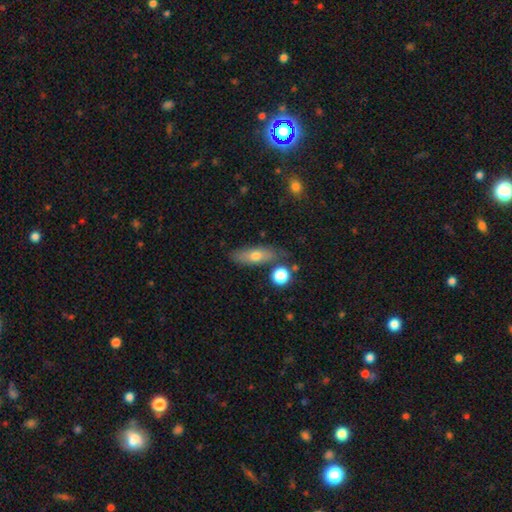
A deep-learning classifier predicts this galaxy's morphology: This appears to be a smooth galaxy with no disk features (65%) that is in between round and cigar-shaped (60%). Merging: none (72%).